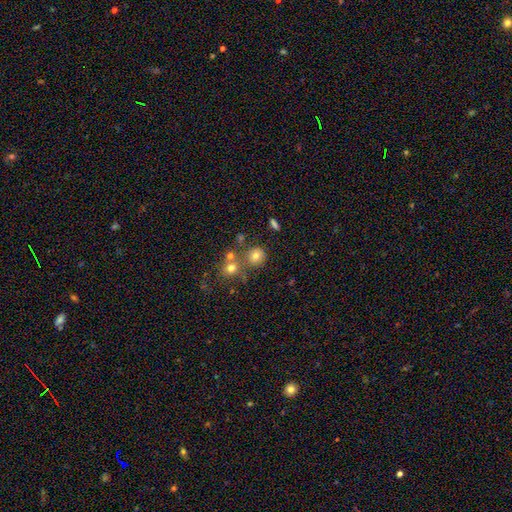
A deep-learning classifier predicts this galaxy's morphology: A smooth galaxy with no disk features (74%) that is round (87%). Merging: none (69%).